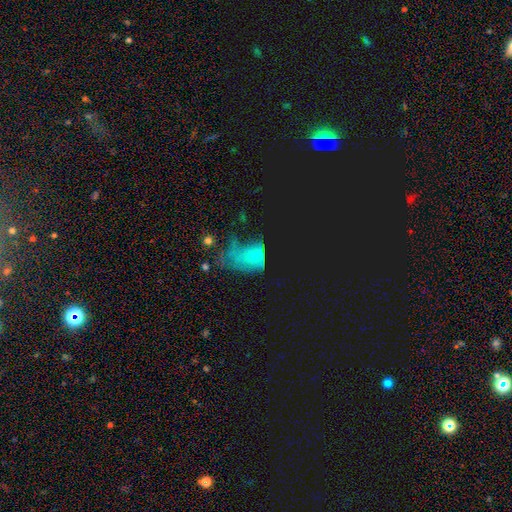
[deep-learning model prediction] Morphology: type=star or artifact (38%).